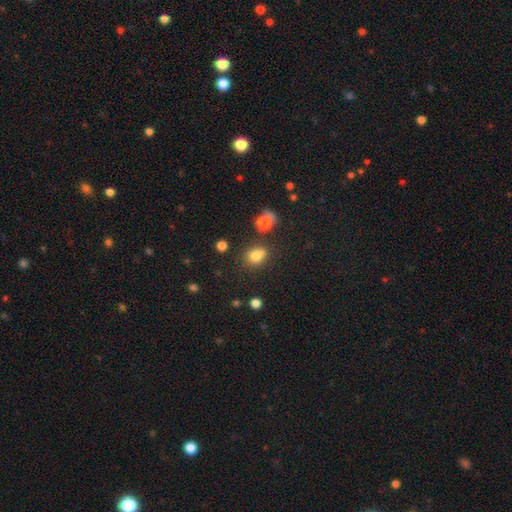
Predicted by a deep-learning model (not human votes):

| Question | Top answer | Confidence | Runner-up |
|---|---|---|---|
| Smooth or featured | smooth | 75% | star or artifact (15%) |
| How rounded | round | 62% | in between (36%) |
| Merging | none | 54% | merger (26%) |